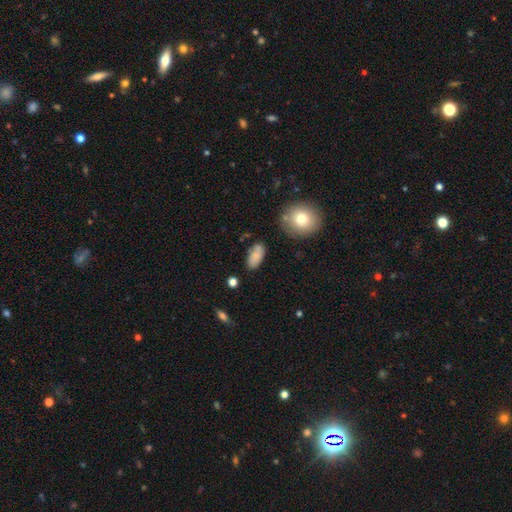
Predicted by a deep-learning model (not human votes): This is likely a smooth galaxy (77%). How rounded: clearly in between (90%). Merging: likely none (67%).